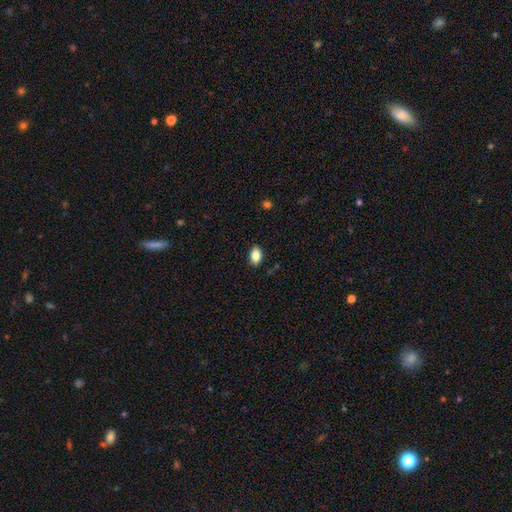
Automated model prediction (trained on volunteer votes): smooth_or_featured: smooth (p=0.83) [alt: featured or disk p=0.09]
how_rounded: in between (p=0.88) [alt: round p=0.09]
merging: none (p=0.88) [alt: minor disturbance p=0.09]